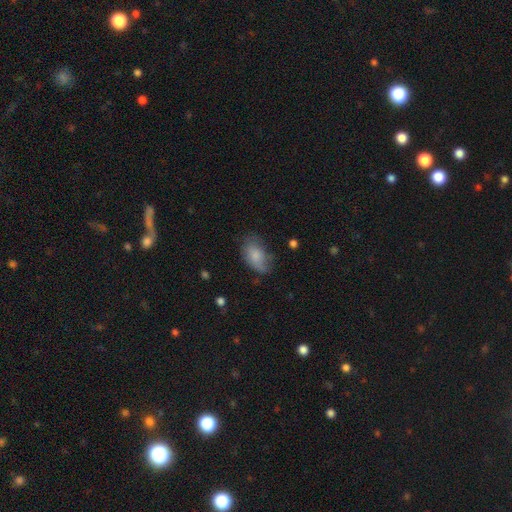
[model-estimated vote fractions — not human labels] This is likely a smooth galaxy (74%). How rounded: clearly in between (91%). Merging: possibly none (54%).